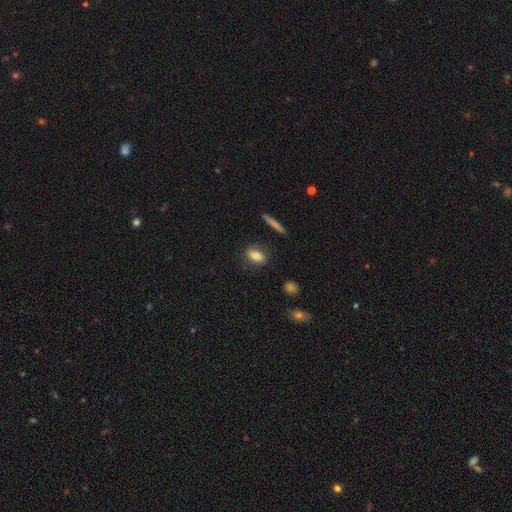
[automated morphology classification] Overall: smooth (80%). How rounded: in between (79%). Merging: none (81%).